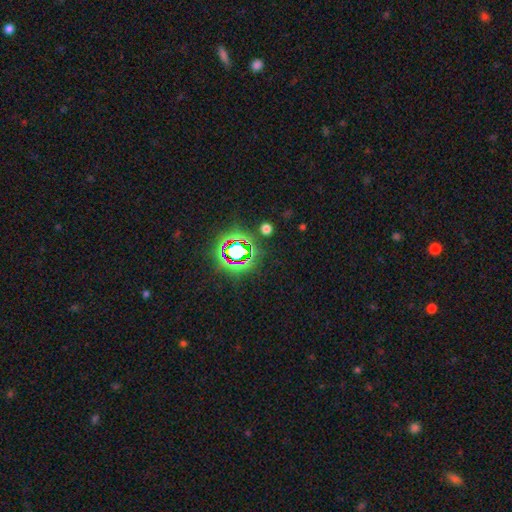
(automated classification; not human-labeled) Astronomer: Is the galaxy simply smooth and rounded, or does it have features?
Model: star or artifact — 79%.